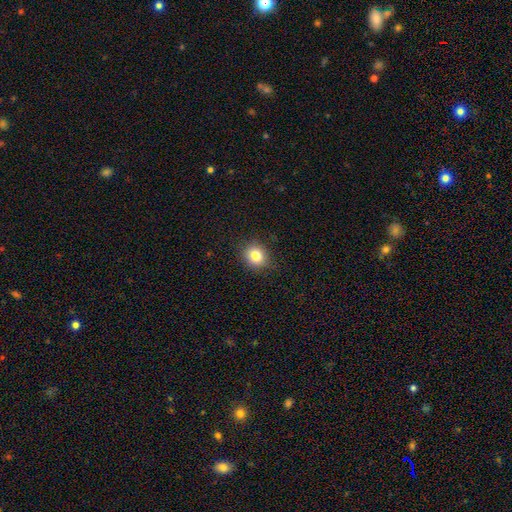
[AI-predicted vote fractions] Q: Smooth or featured?
A: smooth (82%); runner-up: star or artifact (11%)
Q: How rounded?
A: round (71%); runner-up: in between (28%)
Q: Merging?
A: none (89%); runner-up: minor disturbance (8%)